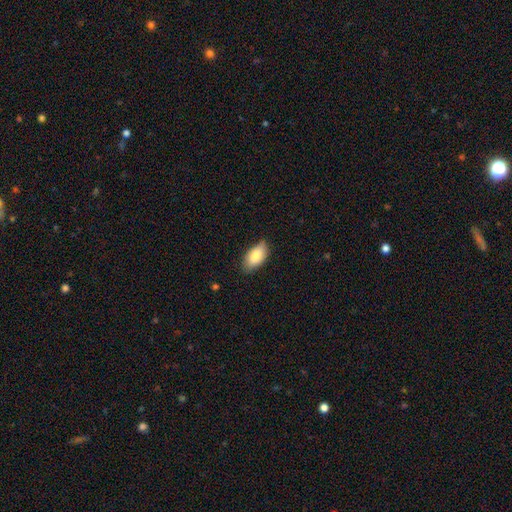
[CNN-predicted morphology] Q: Smooth or featured?
A: smooth (81%); runner-up: featured or disk (12%)
Q: How rounded?
A: in between (93%); runner-up: cigar-shaped (3%)
Q: Merging?
A: none (77%); runner-up: minor disturbance (20%)